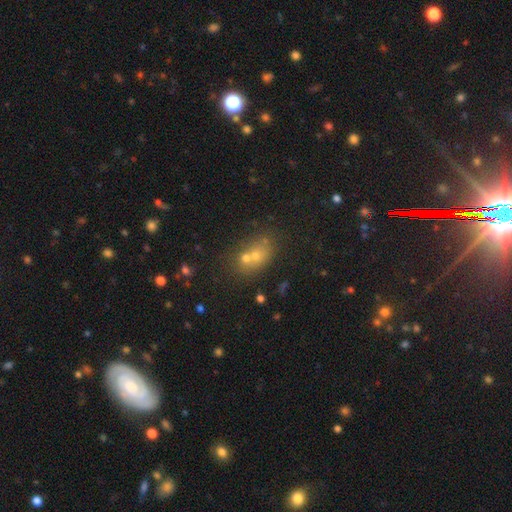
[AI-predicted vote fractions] Morphology: type=smooth (54%); roundness=round (51%); merging=merger (49%).